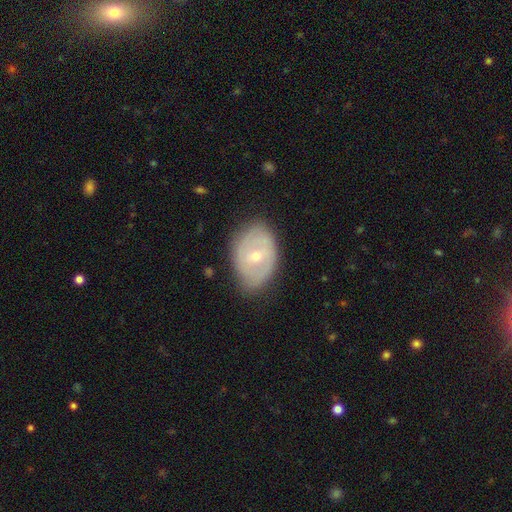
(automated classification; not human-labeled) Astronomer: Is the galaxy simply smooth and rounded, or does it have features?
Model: featured or disk — 59% (runner-up: smooth, 35%).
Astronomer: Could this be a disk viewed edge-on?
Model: no — 94%.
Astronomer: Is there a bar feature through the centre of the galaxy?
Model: no — 44% (runner-up: weak, 42%).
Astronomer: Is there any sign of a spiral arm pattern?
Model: yes — 50%, tied with no at 50%.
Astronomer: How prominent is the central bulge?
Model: small — 59% (runner-up: moderate, 39%).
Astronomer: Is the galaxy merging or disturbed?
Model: none — 72%.